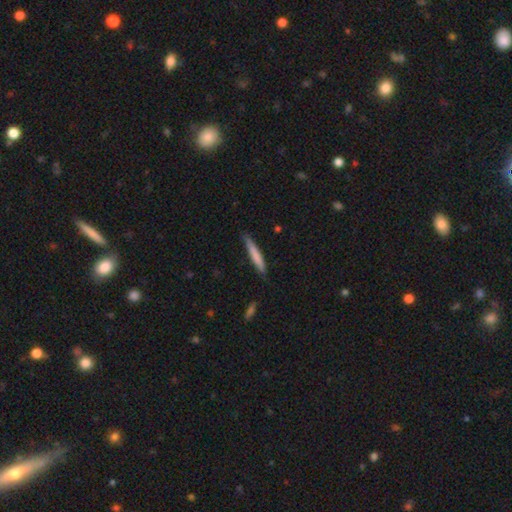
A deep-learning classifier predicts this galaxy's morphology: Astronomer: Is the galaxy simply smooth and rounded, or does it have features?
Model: smooth — 73%.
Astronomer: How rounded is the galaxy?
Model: cigar-shaped — 94%.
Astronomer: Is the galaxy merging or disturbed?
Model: none — 79%.